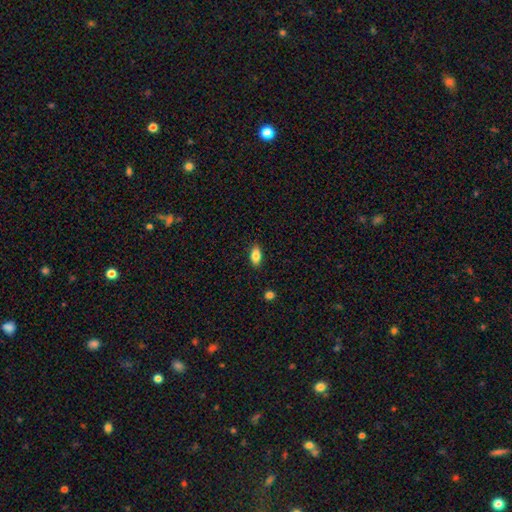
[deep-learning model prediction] This is clearly a smooth galaxy (82%). How rounded: clearly in between (89%). Merging: clearly none (87%).